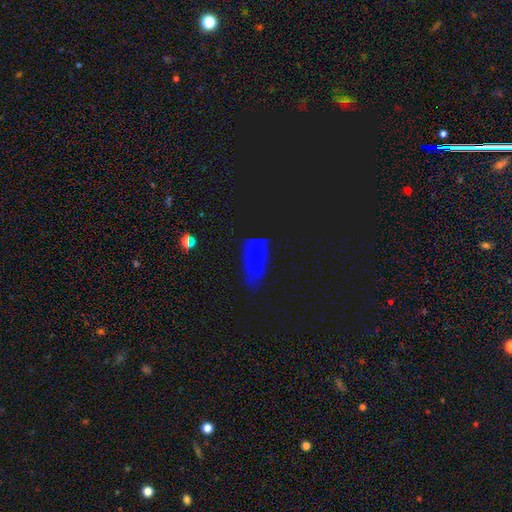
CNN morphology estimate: A smooth galaxy with no disk features (52%) that is in between round and cigar-shaped (80%).

Vote fractions:
- Smooth or featured? smooth: 52% / star or artifact: 37% / featured or disk: 11%
- How rounded? in between: 80% / cigar-shaped: 13% / round: 7%
- Merging? none: 59% / minor disturbance: 26% / major disturbance: 12% / merger: 3%